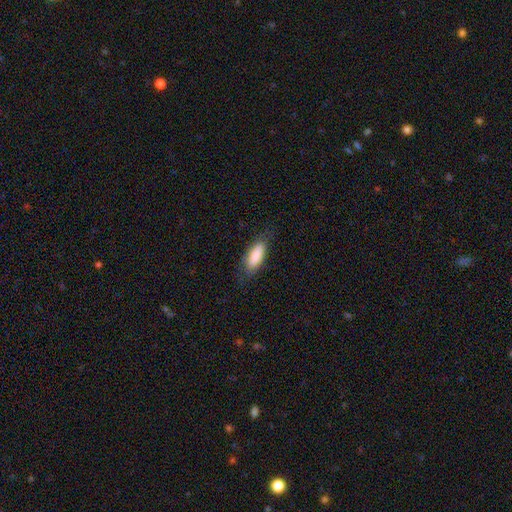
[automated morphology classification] type=smooth (86%); roundness=in between (74%); merging=none (76%).